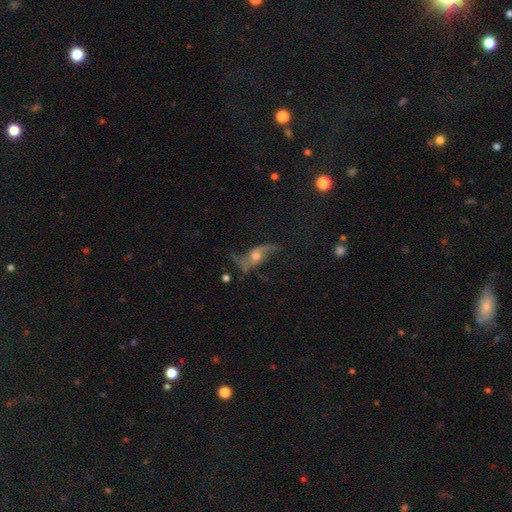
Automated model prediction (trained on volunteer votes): Morphology: type=featured or disk (80%); edge-on=no (85%); bar=no (63%); spiral arms=yes (90%); winding=loose (88%); arm count=2 (91%); bulge=moderate (60%); merging=none (59%).